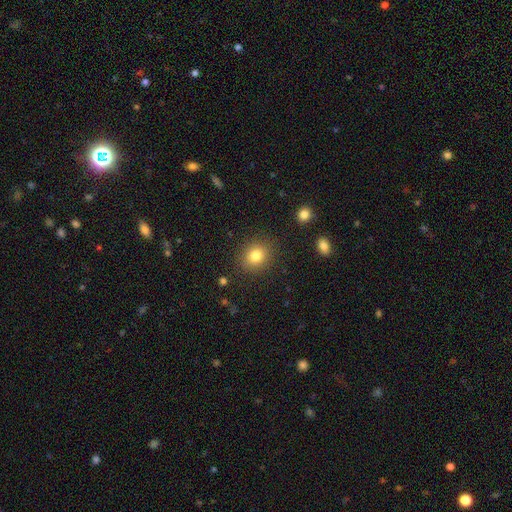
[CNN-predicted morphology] The model was most divided on "how rounded": round: 69%, in between: 30%, cigar-shaped: 1%. More confident: merging — none (86%); smooth or featured — smooth (81%).